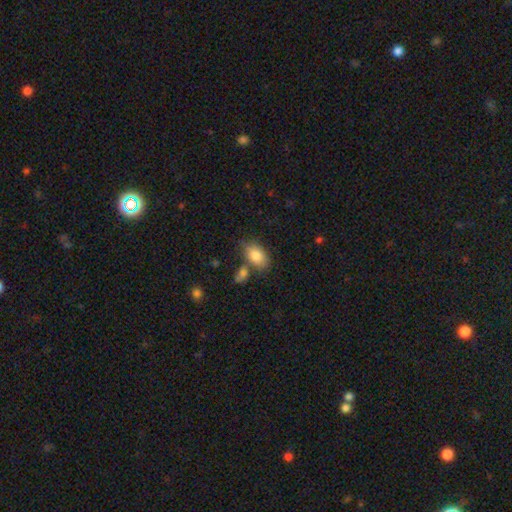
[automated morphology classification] The model was most divided on "merging": none: 63%, merger: 17%, minor disturbance: 15%, major disturbance: 4%. More confident: how rounded — in between (89%); smooth or featured — smooth (83%).